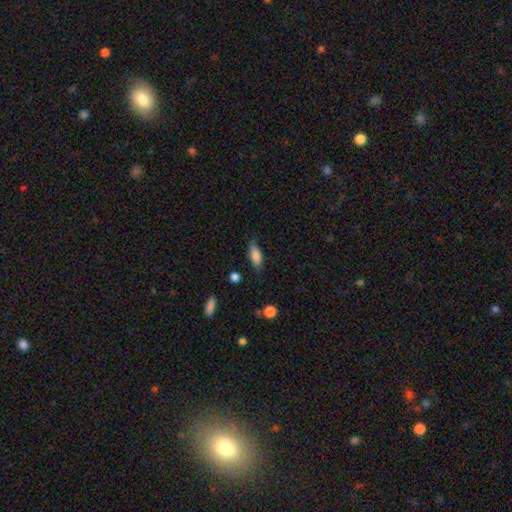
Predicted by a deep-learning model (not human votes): smooth_or_featured: smooth (p=0.81) [alt: featured or disk p=0.12]
how_rounded: in between (p=0.74) [alt: cigar-shaped p=0.24]
merging: none (p=0.77) [alt: minor disturbance p=0.18]